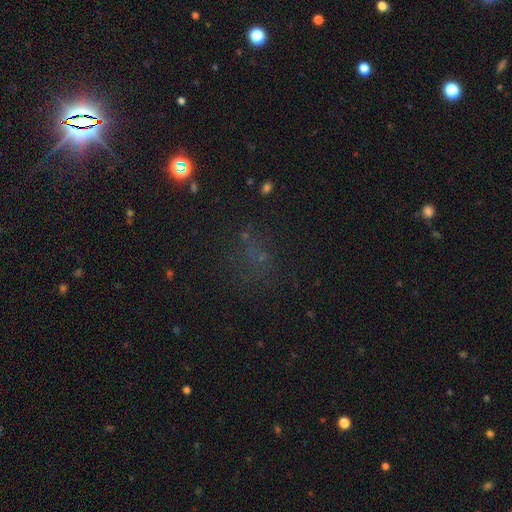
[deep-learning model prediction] star or artifact 45%, smooth 38%, featured or disk 17%.